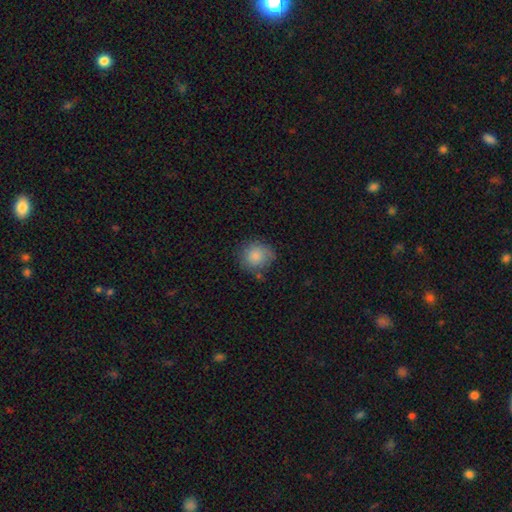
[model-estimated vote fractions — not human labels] Smooth or featured? smooth (83%)
How rounded? round (84%)
Merging? none (66%)